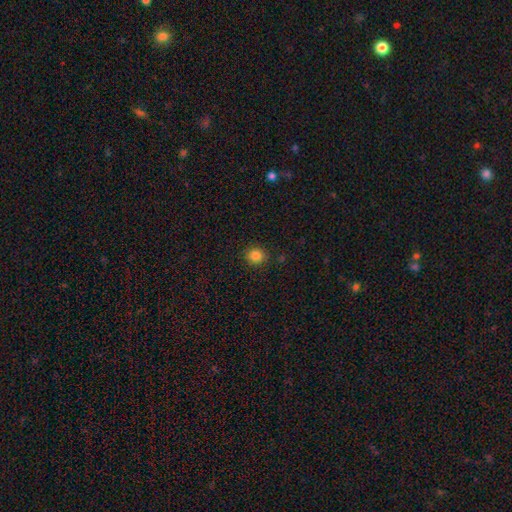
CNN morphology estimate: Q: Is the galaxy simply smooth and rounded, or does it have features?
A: smooth — 84%.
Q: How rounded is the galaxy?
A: round — 87%.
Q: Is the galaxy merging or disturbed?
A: none — 90%.